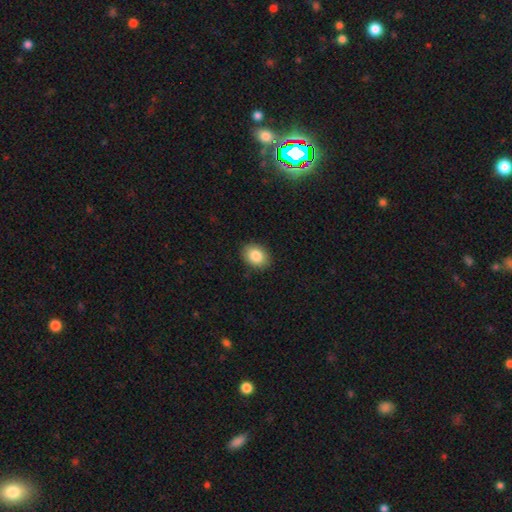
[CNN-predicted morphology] Smooth or featured? Predicted: smooth (p=0.86). How rounded? Predicted: in between (p=0.71). Merging? Predicted: none (p=0.89).